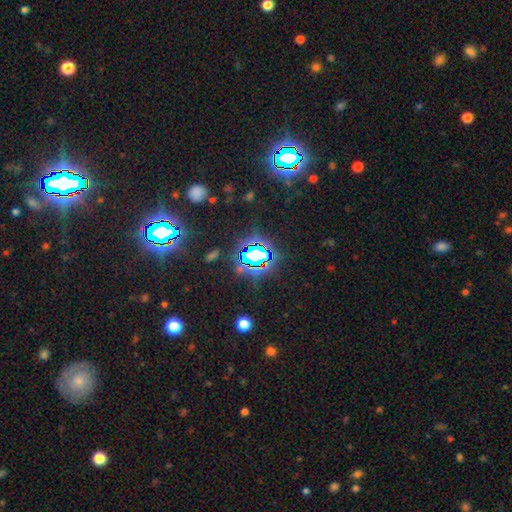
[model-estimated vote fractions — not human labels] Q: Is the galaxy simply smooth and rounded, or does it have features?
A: star or artifact — 76%.